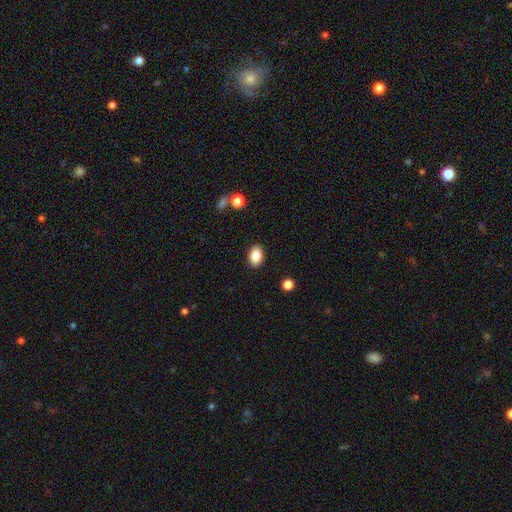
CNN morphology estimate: Smooth or featured? Predicted: smooth (p=0.86). How rounded? Predicted: in between (p=0.85). Merging? Predicted: none (p=0.88).